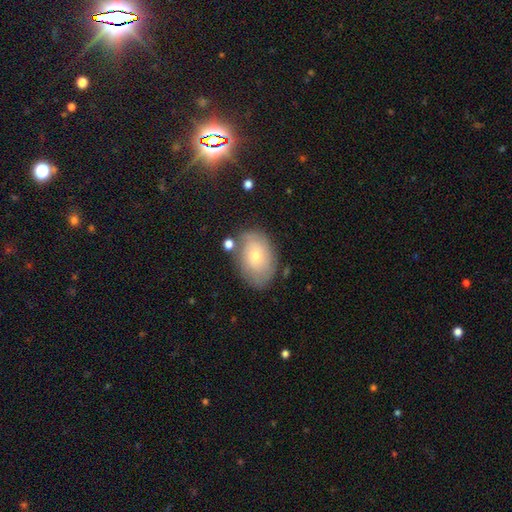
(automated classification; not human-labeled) Smooth or featured? smooth (61%)
How rounded? in between (80%)
Merging? none (69%)